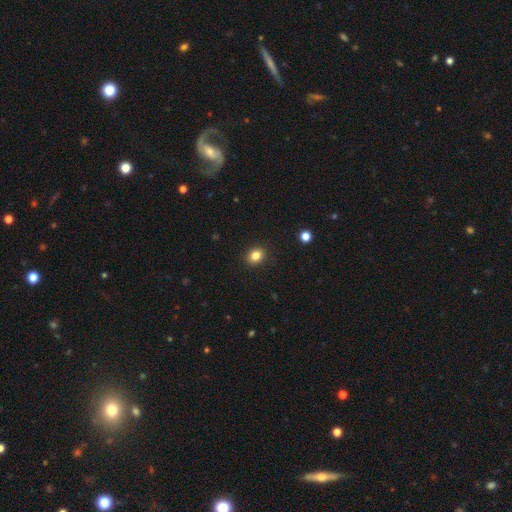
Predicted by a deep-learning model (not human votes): Morphology: type=smooth (84%); roundness=round (58%); merging=none (90%).